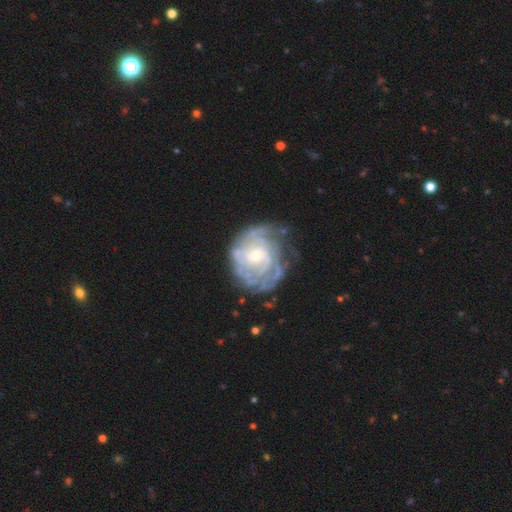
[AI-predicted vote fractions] A featured or disk galaxy (85%) with no bar (61%), tight (67%) spiral arms (91%) and a small central bulge (57%).

Vote fractions:
- Smooth or featured? featured or disk: 85% / smooth: 9% / star or artifact: 6%
- Edge-on disk? no: 98% / yes: 2%
- Bar? no: 61% / weak: 32% / strong: 6%
- Spiral arms? yes: 91% / no: 9%
- Spiral winding? tight: 67% / medium: 25% / loose: 7%
- Spiral arm count? can't tell: 46% / 2: 17% / 3: 13% / 4: 11% / more than 4: 7% / 1: 6%
- Bulge size? small: 57% / moderate: 38% / large: 3% / none: 2% / dominant: 1%
- Merging? none: 61% / minor disturbance: 22% / major disturbance: 14% / merger: 2%